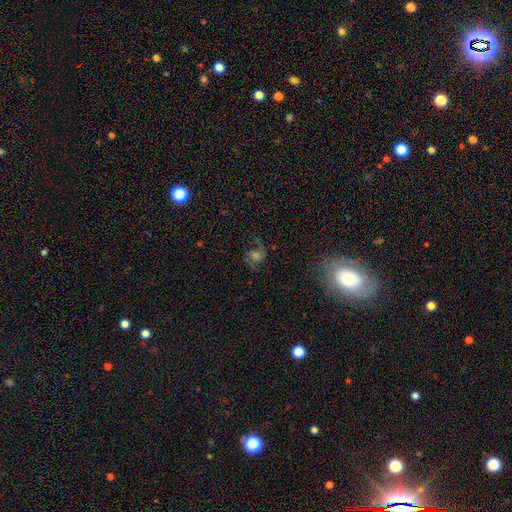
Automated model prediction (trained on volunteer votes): Morphology: type=featured or disk (75%); edge-on=no (98%); bar=no (59%); spiral arms=yes (95%); winding=medium (52%); arm count=2 (89%); bulge=moderate (48%); merging=none (74%).